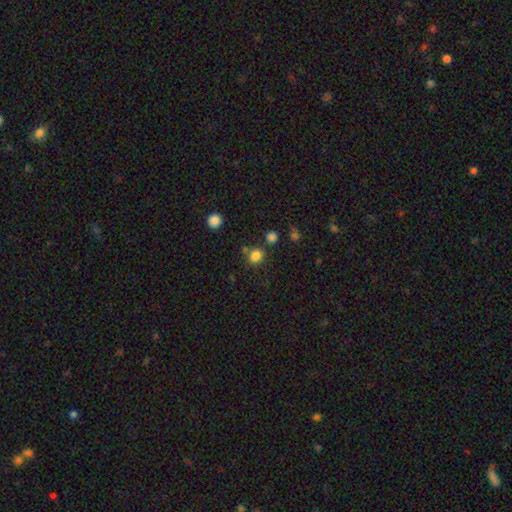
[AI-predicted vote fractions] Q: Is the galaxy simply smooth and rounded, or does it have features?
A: smooth — 82%.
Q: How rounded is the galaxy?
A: round — 77%.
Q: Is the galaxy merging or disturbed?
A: none — 74%.